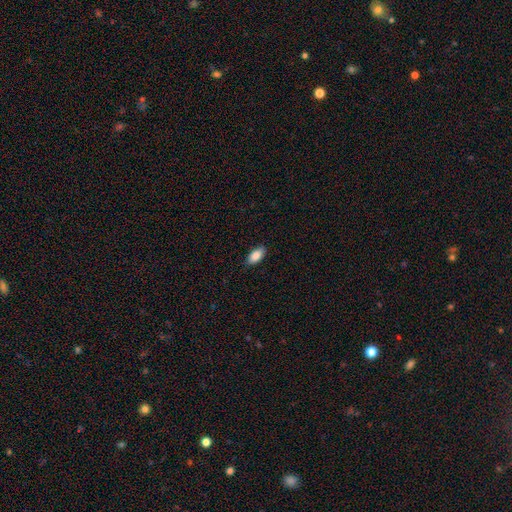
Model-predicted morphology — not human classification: A smooth galaxy with no disk features (87%) that is in between round and cigar-shaped (90%). Merging: none (87%).